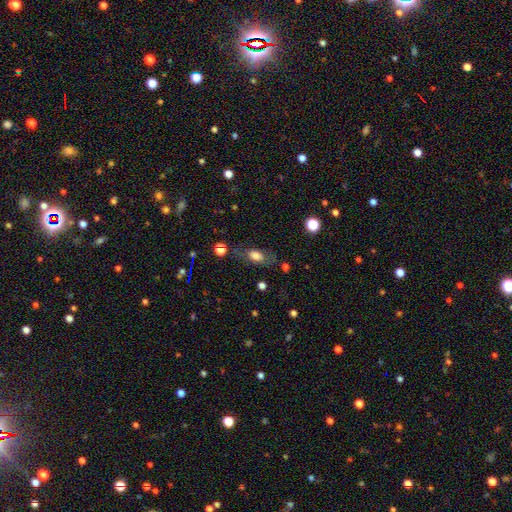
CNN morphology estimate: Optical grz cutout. It shows a smooth galaxy with no disk features (64%) that is in between round and cigar-shaped (82%). Merging: none (65%).